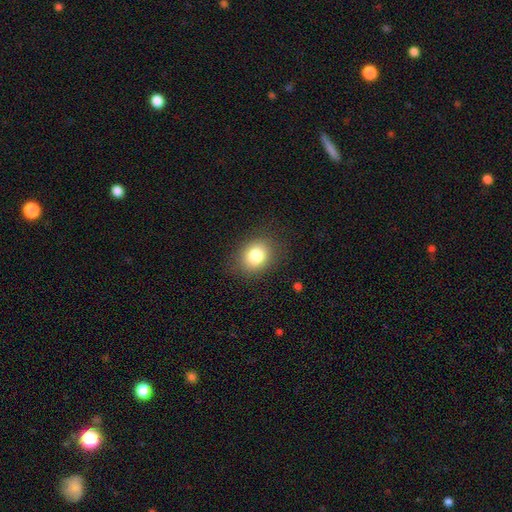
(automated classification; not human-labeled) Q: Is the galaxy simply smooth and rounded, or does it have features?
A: smooth — 81%.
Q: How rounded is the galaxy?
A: round — 56%.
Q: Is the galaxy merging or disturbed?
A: none — 85%.